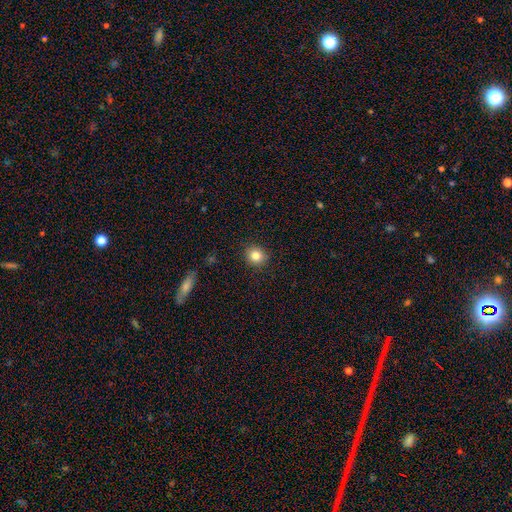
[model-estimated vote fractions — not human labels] A smooth galaxy with no disk features (83%) that is round (82%).

Vote fractions:
- Smooth or featured? smooth: 83% / star or artifact: 10% / featured or disk: 6%
- How rounded? round: 82% / in between: 17% / cigar-shaped: 1%
- Merging? none: 90% / minor disturbance: 7% / major disturbance: 2% / merger: 1%